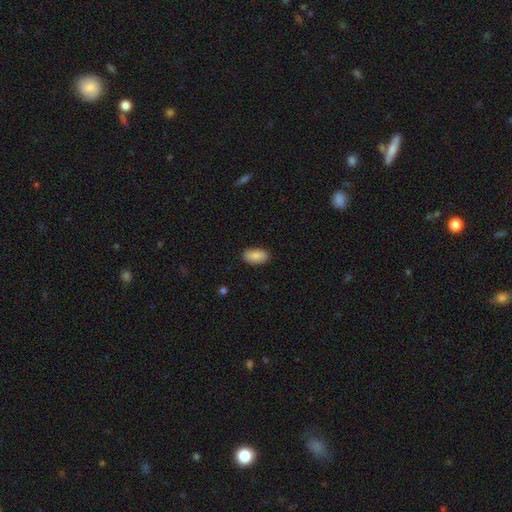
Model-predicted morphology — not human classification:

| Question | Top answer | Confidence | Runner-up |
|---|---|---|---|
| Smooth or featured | smooth | 87% | star or artifact (7%) |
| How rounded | in between | 94% | round (3%) |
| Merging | none | 87% | minor disturbance (10%) |